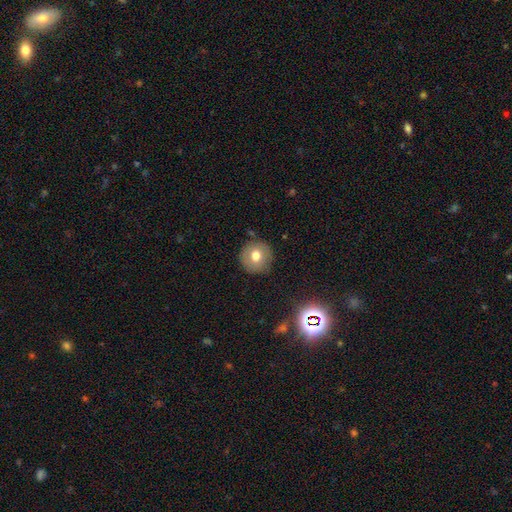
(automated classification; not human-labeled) smooth_or_featured: smooth (p=0.72) [alt: featured or disk p=0.17]
how_rounded: round (p=0.94) [alt: in between p=0.05]
merging: none (p=0.87) [alt: minor disturbance p=0.09]